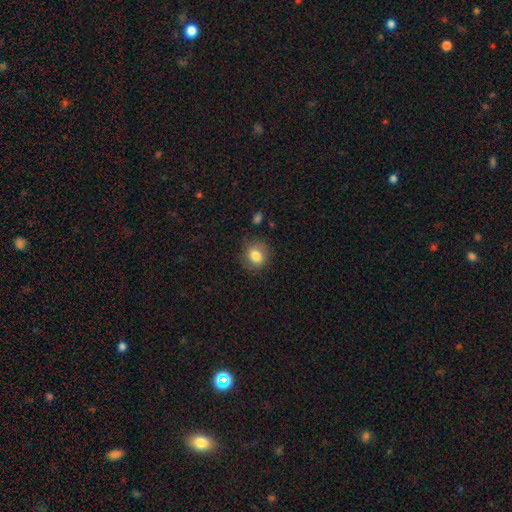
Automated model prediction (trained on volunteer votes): This appears to be a smooth galaxy with no disk features (82%) that is round (69%). Merging: none (81%).